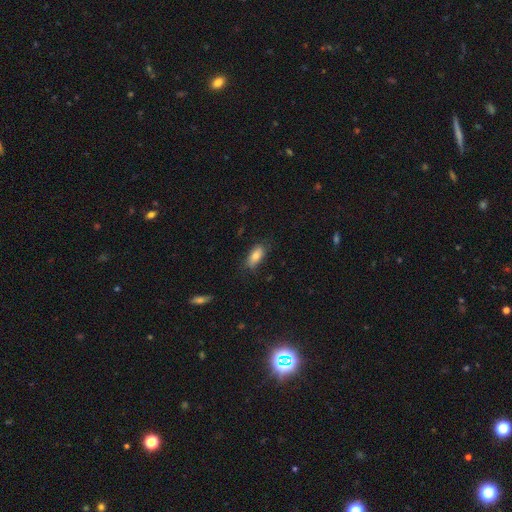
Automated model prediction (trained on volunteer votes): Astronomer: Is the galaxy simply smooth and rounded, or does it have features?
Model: smooth — 80%.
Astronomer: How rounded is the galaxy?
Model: in between — 86%.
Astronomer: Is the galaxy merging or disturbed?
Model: none — 73%.